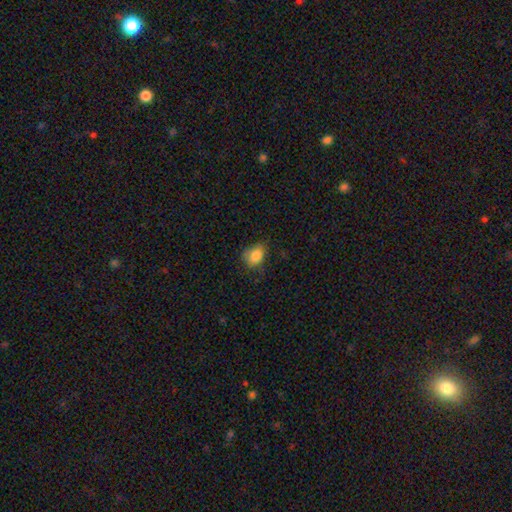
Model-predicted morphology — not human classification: A smooth galaxy with no disk features (84%) that is in between round and cigar-shaped (62%).

Vote fractions:
- Smooth or featured? smooth: 84% / star or artifact: 9% / featured or disk: 7%
- How rounded? in between: 62% / round: 37% / cigar-shaped: 1%
- Merging? none: 59% / minor disturbance: 31% / major disturbance: 9% / merger: 1%